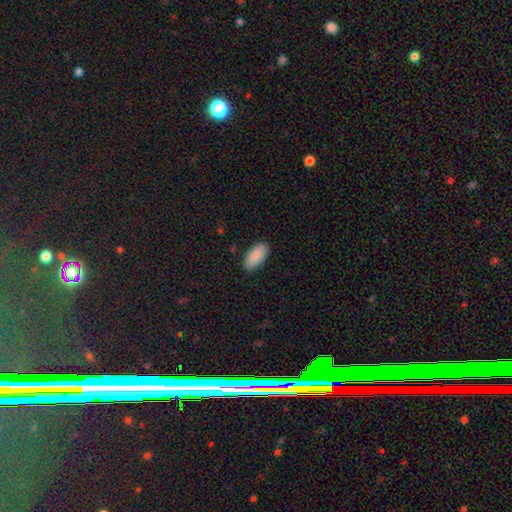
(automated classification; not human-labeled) Q: Smooth or featured?
A: smooth (90%); runner-up: star or artifact (6%)
Q: How rounded?
A: in between (94%); runner-up: cigar-shaped (4%)
Q: Merging?
A: none (88%); runner-up: minor disturbance (9%)